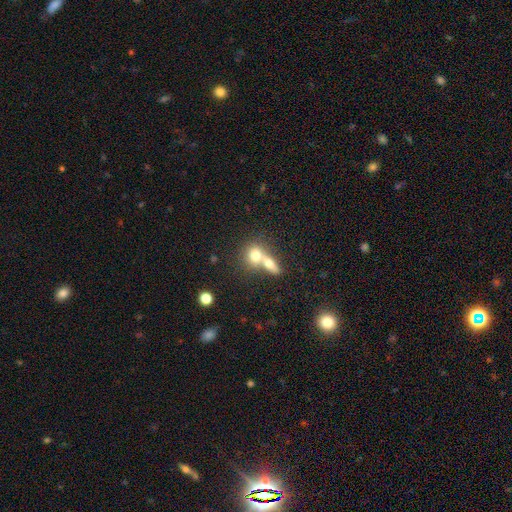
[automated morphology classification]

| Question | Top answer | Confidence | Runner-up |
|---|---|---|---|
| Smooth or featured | smooth | 71% | featured or disk (19%) |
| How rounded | round | 58% | in between (37%) |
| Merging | merger | 67% | none (24%) |